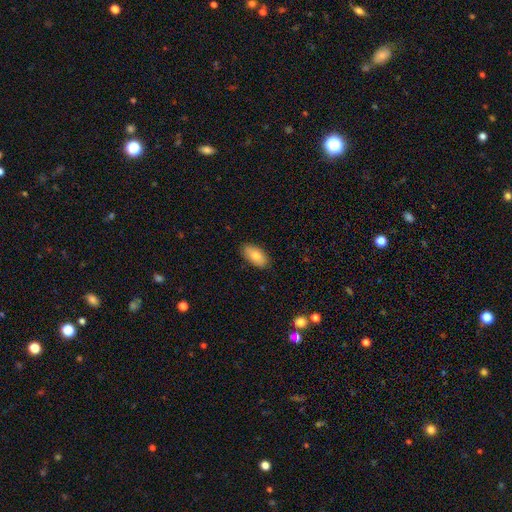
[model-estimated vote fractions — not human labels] A smooth galaxy with no disk features (82%) that is in between round and cigar-shaped (93%). Merging: none (86%).